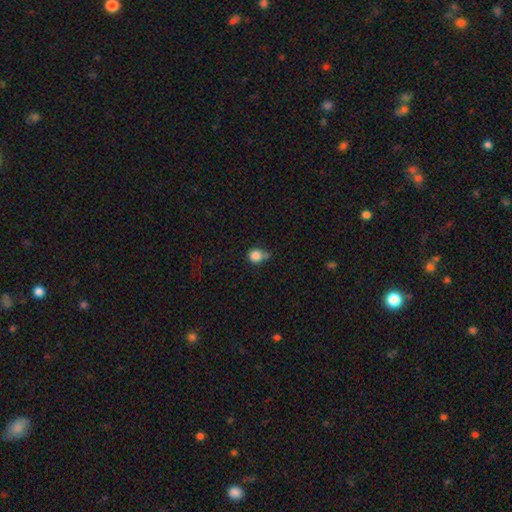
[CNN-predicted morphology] Smooth or featured: smooth — 84% (star or artifact — 11%)
How rounded: round — 86% (in between — 13%)
Merging: none — 52% (minor disturbance — 28%)